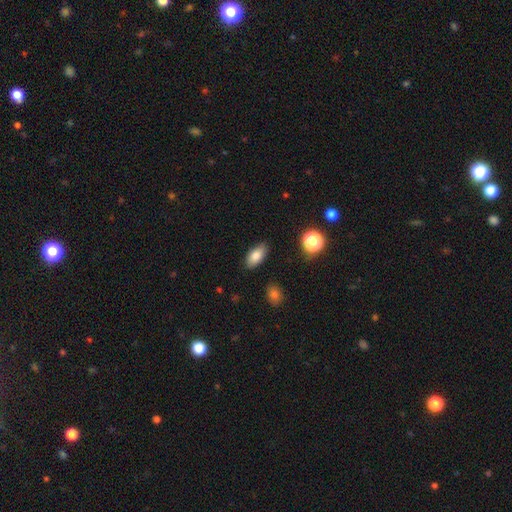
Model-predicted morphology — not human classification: Smooth or featured: smooth — 82% (featured or disk — 10%)
How rounded: in between — 90% (cigar-shaped — 6%)
Merging: none — 85% (minor disturbance — 11%)